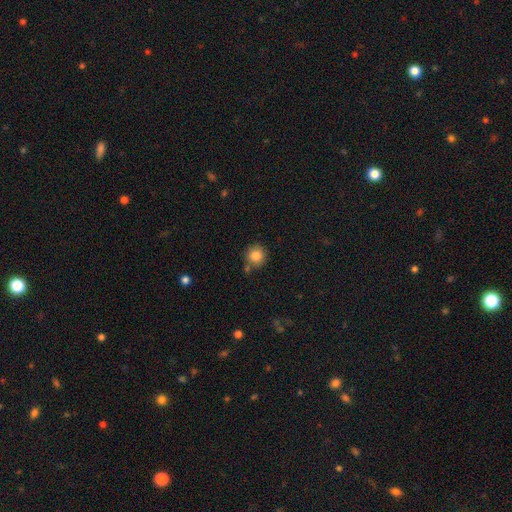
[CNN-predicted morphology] Smooth or featured: smooth — 83% (star or artifact — 10%)
How rounded: round — 91% (in between — 8%)
Merging: none — 76% (minor disturbance — 12%)